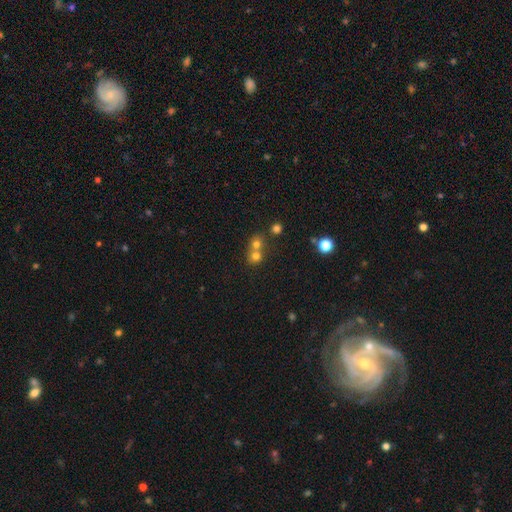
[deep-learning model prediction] smooth-or-featured: smooth: 71% | star or artifact: 18% | featured or disk: 11%
  how-rounded: round: 83% | in between: 16% | cigar-shaped: 1%
  merging: merger: 52% | none: 40% | minor disturbance: 5% | major disturbance: 2%